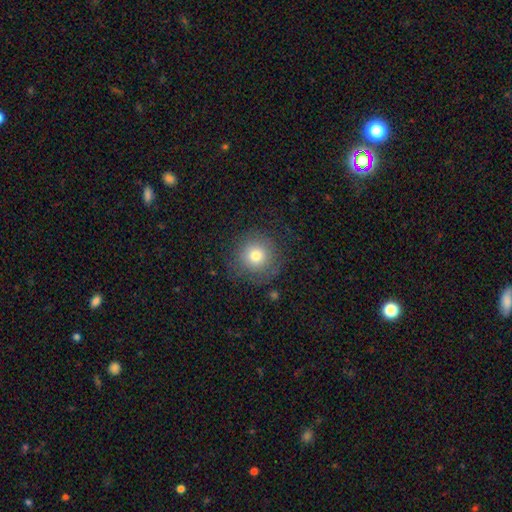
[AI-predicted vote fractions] A smooth galaxy with no disk features (75%) that is round (93%). Merging: none (79%).